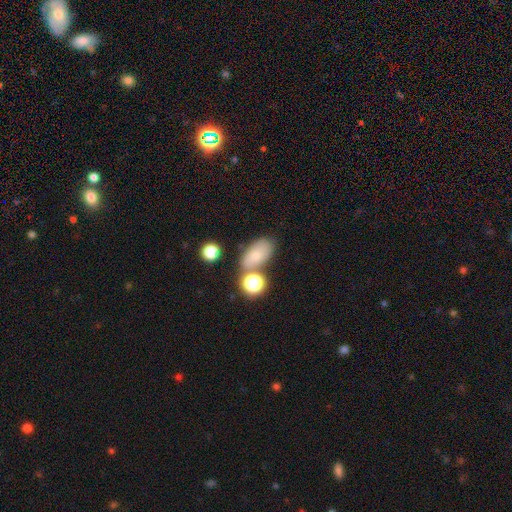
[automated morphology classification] A smooth galaxy with no disk features (69%) that is in between round and cigar-shaped (84%). Merging: none (60%).